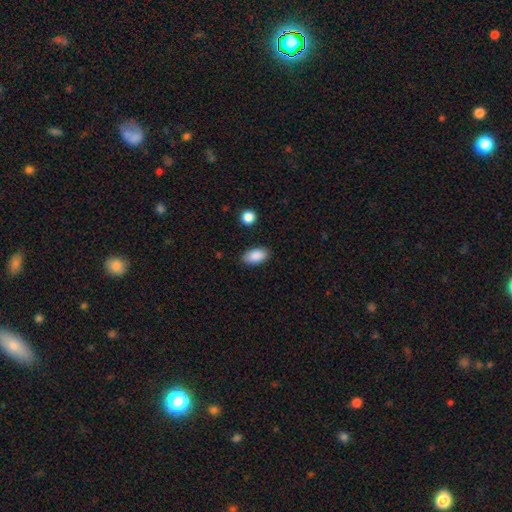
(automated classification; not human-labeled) Morphology: type=smooth (89%); roundness=in between (93%); merging=none (86%).